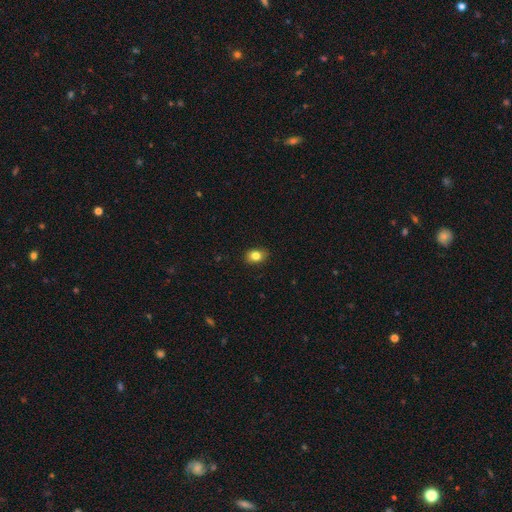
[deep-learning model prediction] smooth-or-featured: smooth: 82% | star or artifact: 10% | featured or disk: 8%
  how-rounded: in between: 67% | round: 32% | cigar-shaped: 1%
  merging: none: 87% | minor disturbance: 10% | major disturbance: 2% | merger: 1%